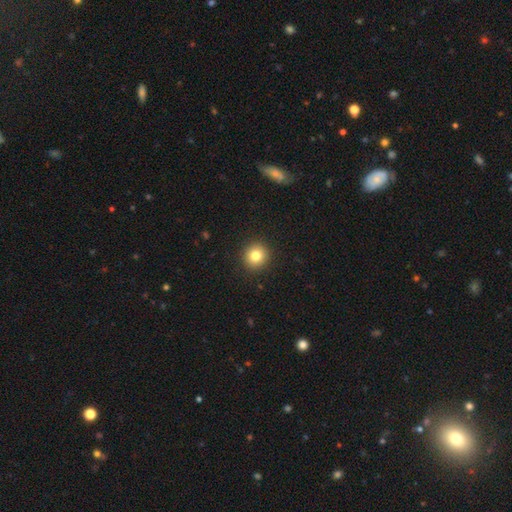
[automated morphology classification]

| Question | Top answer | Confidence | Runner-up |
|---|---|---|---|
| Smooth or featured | smooth | 82% | star or artifact (11%) |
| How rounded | round | 93% | in between (6%) |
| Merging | none | 92% | minor disturbance (5%) |